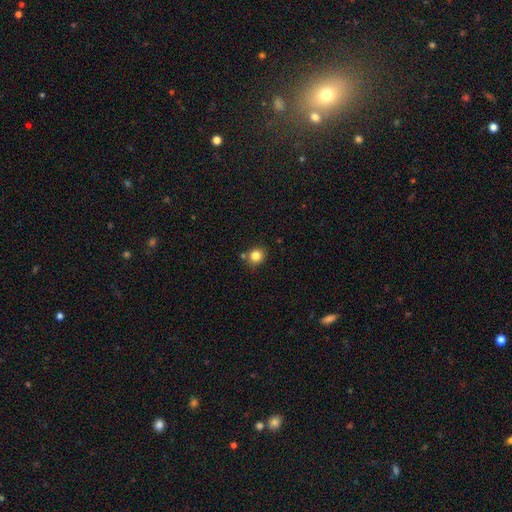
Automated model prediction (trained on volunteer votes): A smooth galaxy with no disk features (83%) that is round (80%). Merging: none (78%).